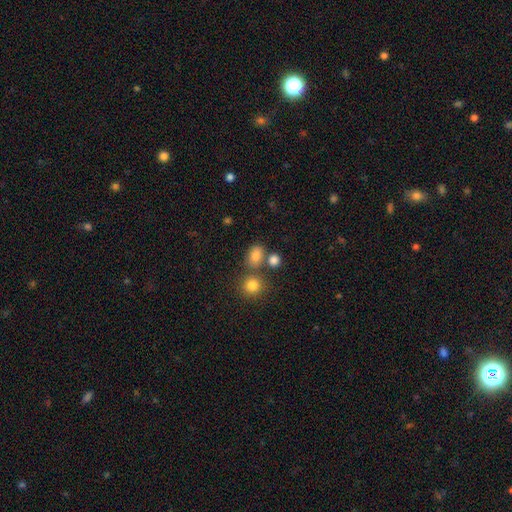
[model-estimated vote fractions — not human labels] Q: Smooth or featured?
A: smooth (81%); runner-up: star or artifact (13%)
Q: How rounded?
A: in between (63%); runner-up: round (35%)
Q: Merging?
A: none (65%); runner-up: merger (19%)